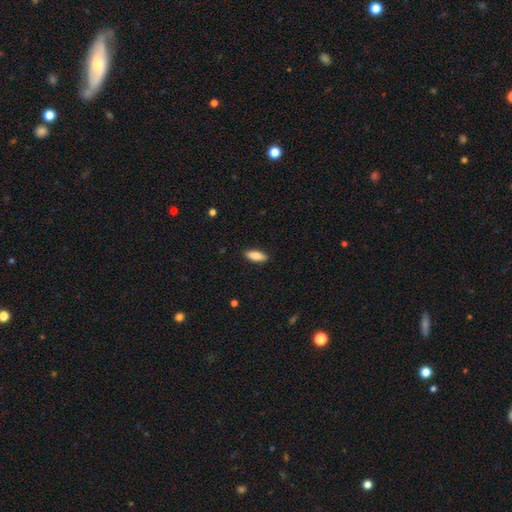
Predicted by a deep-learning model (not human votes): A smooth galaxy with no disk features (82%) that is in between round and cigar-shaped (74%).

Vote fractions:
- Smooth or featured? smooth: 82% / featured or disk: 12% / star or artifact: 6%
- How rounded? in between: 74% / cigar-shaped: 24% / round: 2%
- Merging? none: 89% / minor disturbance: 8% / major disturbance: 2% / merger: 1%